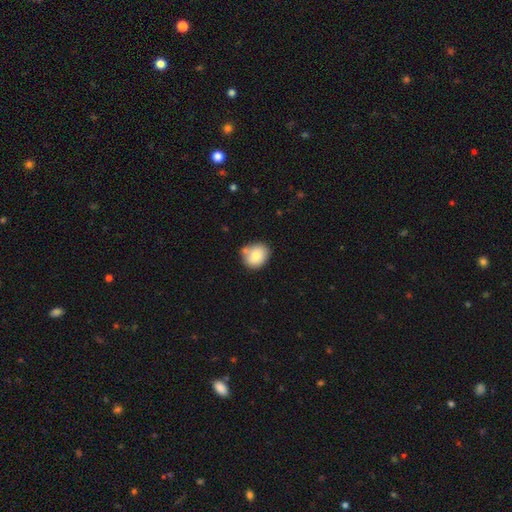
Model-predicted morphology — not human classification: Smooth or featured?
  - smooth: 79% *
  - featured or disk: 13%
  - star or artifact: 8%
How rounded?
  - round: 67% *
  - in between: 32%
  - cigar-shaped: 1%
Merging?
  - none: 63% *
  - minor disturbance: 18%
  - merger: 15%
  - major disturbance: 4%